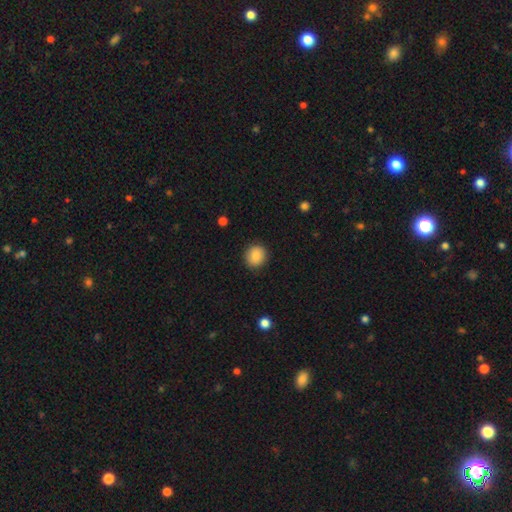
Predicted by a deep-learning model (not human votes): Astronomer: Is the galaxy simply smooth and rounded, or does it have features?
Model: smooth — 87%.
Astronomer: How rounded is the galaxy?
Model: round — 85%.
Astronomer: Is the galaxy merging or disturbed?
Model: none — 90%.